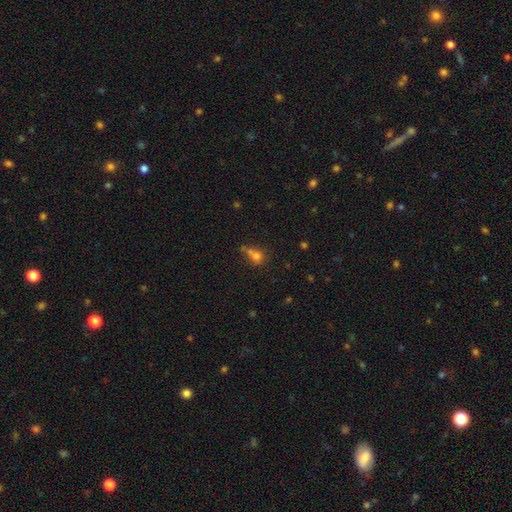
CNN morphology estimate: This is likely a smooth galaxy (70%). How rounded: likely round (60%). Merging: marginally merger (37%).